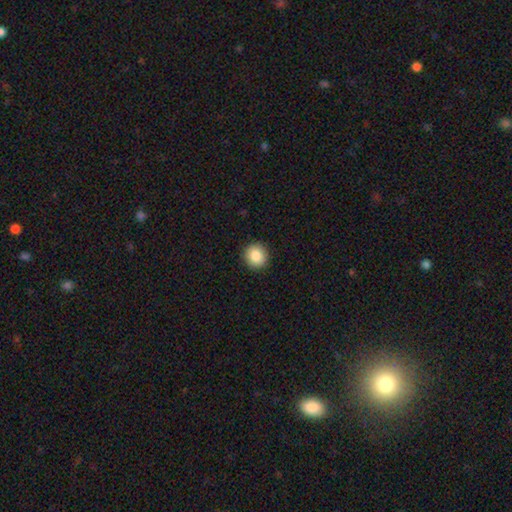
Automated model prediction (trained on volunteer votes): Q: Smooth or featured?
A: smooth (86%); runner-up: star or artifact (9%)
Q: How rounded?
A: round (91%); runner-up: in between (8%)
Q: Merging?
A: none (92%); runner-up: minor disturbance (5%)